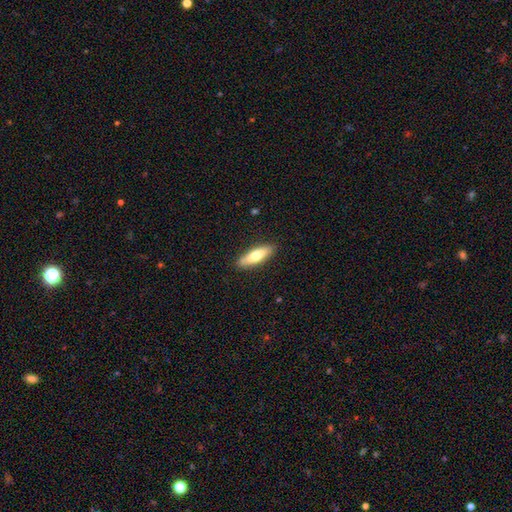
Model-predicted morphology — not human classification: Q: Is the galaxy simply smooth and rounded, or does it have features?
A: smooth — 67%.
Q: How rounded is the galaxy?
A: cigar-shaped — 52%.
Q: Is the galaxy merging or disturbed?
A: none — 87%.